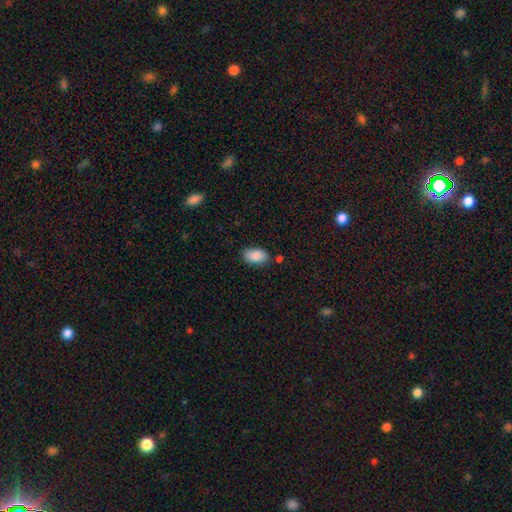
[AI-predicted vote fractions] Smooth or featured: smooth — 88% (star or artifact — 7%)
How rounded: in between — 93% (round — 5%)
Merging: none — 78% (minor disturbance — 14%)